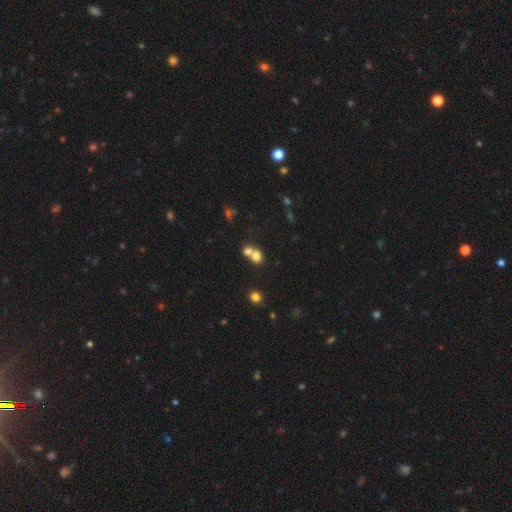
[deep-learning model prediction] A smooth galaxy with no disk features (73%) that is round (72%).

Vote fractions:
- Smooth or featured? smooth: 73% / star or artifact: 13% / featured or disk: 13%
- How rounded? round: 72% / in between: 27% / cigar-shaped: 1%
- Merging? merger: 59% / none: 33% / minor disturbance: 6% / major disturbance: 3%